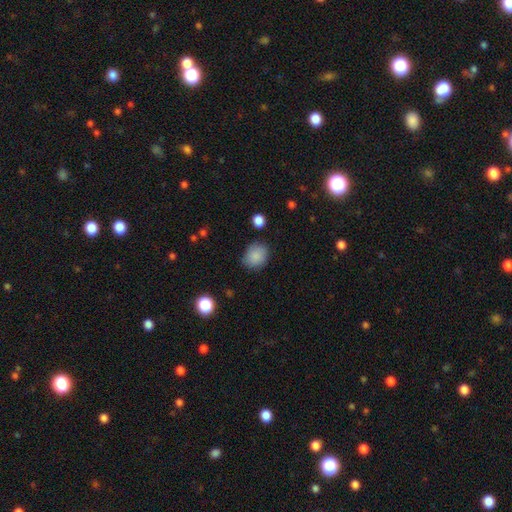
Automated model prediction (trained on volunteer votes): smooth-or-featured: smooth: 87% | star or artifact: 8% | featured or disk: 5%
  how-rounded: round: 56% | in between: 43% | cigar-shaped: 1%
  merging: none: 80% | minor disturbance: 15% | major disturbance: 3% | merger: 2%